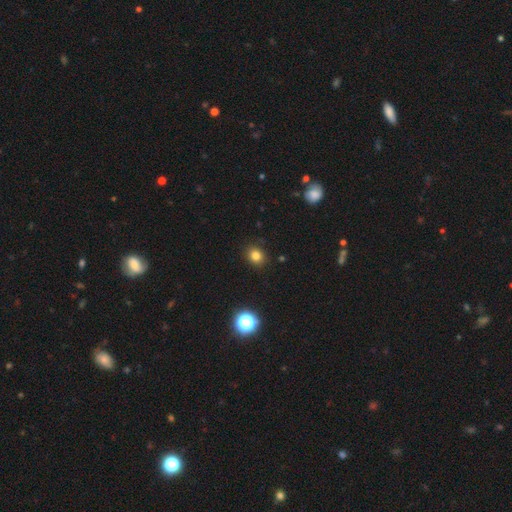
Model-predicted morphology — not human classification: Smooth or featured? Predicted: smooth (p=0.80). How rounded? Predicted: round (p=0.73). Merging? Predicted: none (p=0.89).